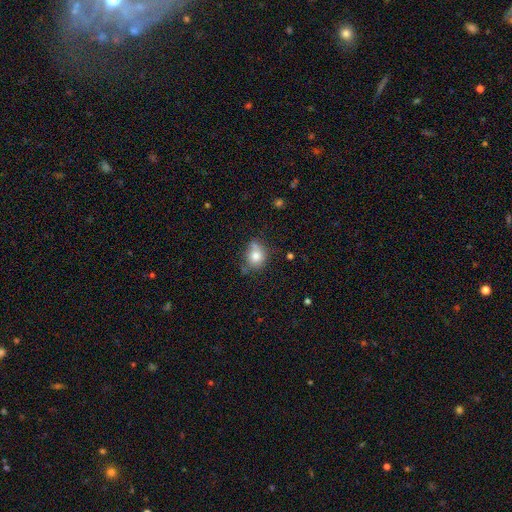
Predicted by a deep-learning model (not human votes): This is likely a smooth galaxy (78%). How rounded: likely round (64%). Merging: possibly none (56%).